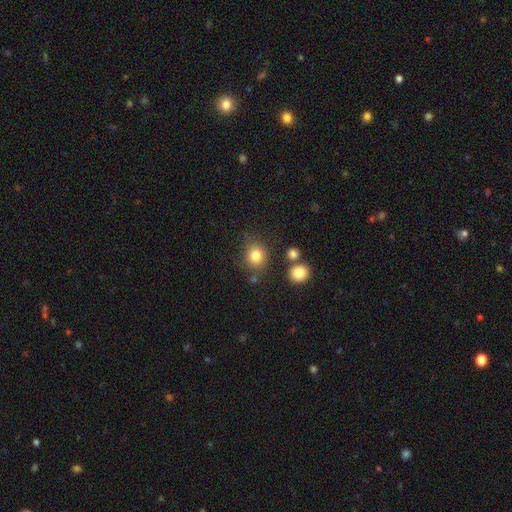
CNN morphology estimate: This appears to be a smooth galaxy with no disk features (82%) that is round (76%). Merging: none (77%).